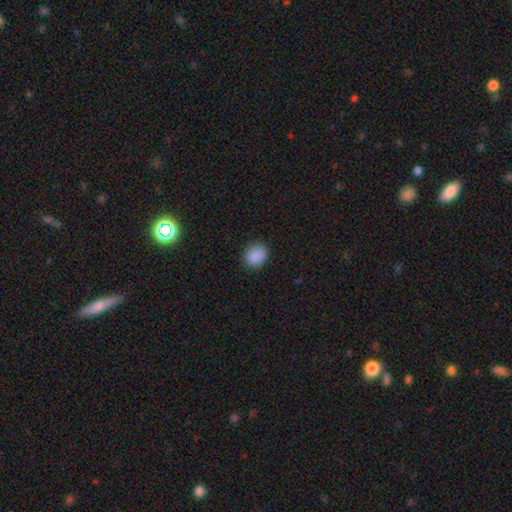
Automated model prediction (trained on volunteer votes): Morphology: type=smooth (87%); roundness=round (65%); merging=none (84%).